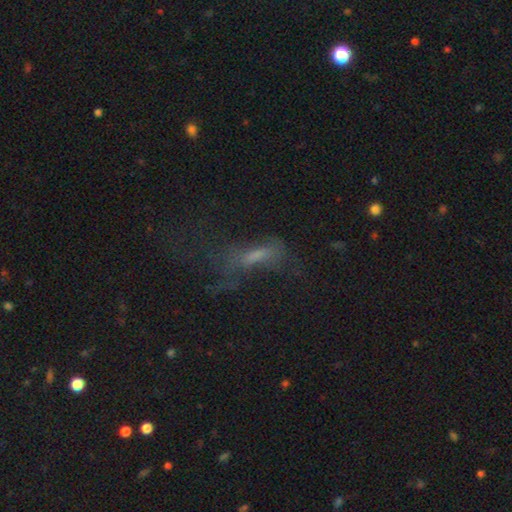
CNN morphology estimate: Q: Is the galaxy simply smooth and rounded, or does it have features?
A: smooth — 42%.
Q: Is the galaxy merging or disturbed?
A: major disturbance — 42%.